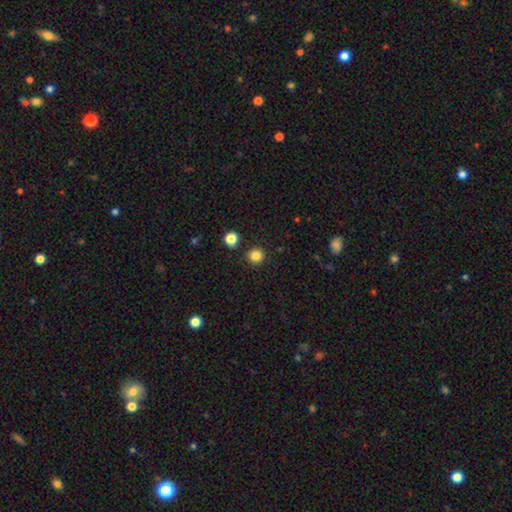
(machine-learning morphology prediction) Smooth or featured? Predicted: smooth (p=0.83). How rounded? Predicted: round (p=0.94). Merging? Predicted: none (p=0.90).